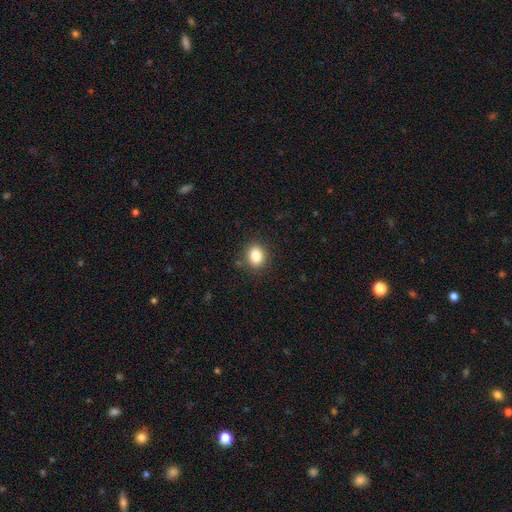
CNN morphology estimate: A smooth galaxy with no disk features (85%) that is in between round and cigar-shaped (50%). Merging: none (86%).